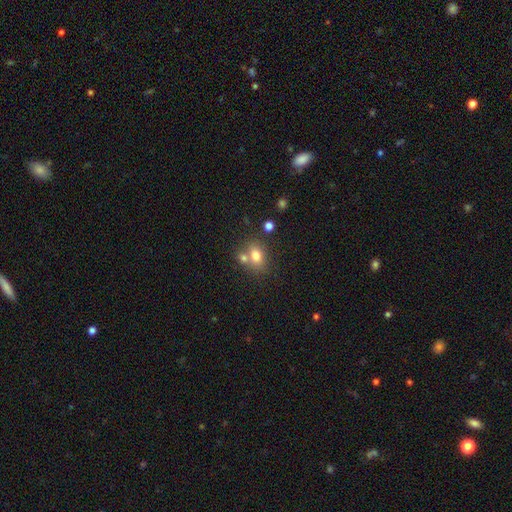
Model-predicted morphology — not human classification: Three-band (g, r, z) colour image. It shows a smooth galaxy with no disk features (76%) that is in between round and cigar-shaped (64%). Merging: none (50%).